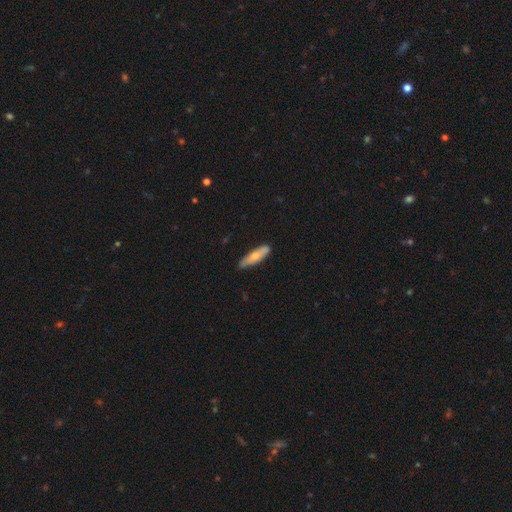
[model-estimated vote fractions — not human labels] smooth-or-featured: smooth: 70% | featured or disk: 25% | star or artifact: 5%
  how-rounded: cigar-shaped: 71% | in between: 28% | round: 2%
  merging: none: 77% | minor disturbance: 19% | major disturbance: 2% | merger: 2%